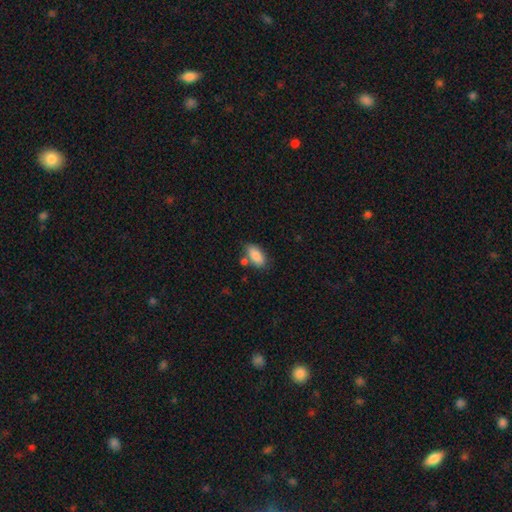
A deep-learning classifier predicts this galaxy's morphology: The model was most divided on "merging": none: 65%, minor disturbance: 17%, merger: 14%, major disturbance: 4%. More confident: how rounded — in between (89%); smooth or featured — smooth (87%).